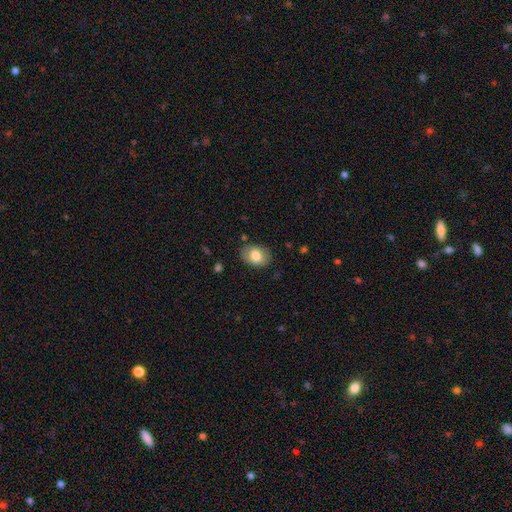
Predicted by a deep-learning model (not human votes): Smooth or featured: smooth — 76% (featured or disk — 18%)
How rounded: in between — 79% (round — 20%)
Merging: none — 82% (minor disturbance — 13%)